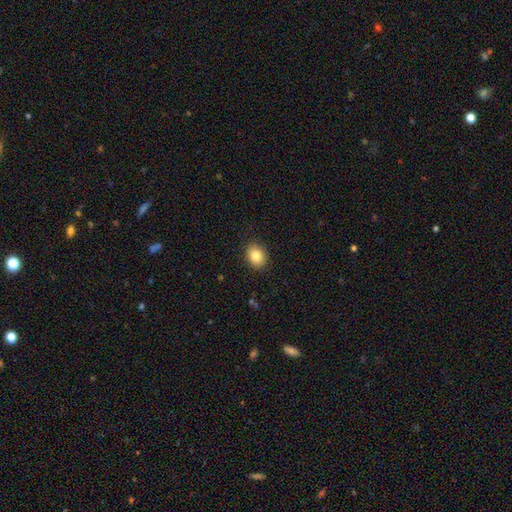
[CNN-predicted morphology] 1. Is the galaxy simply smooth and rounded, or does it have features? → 85% smooth, 8% star or artifact, 7% featured or disk.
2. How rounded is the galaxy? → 57% in between, 43% round, 1% cigar-shaped.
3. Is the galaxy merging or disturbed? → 89% none, 8% minor disturbance, 2% major disturbance, 1% merger.